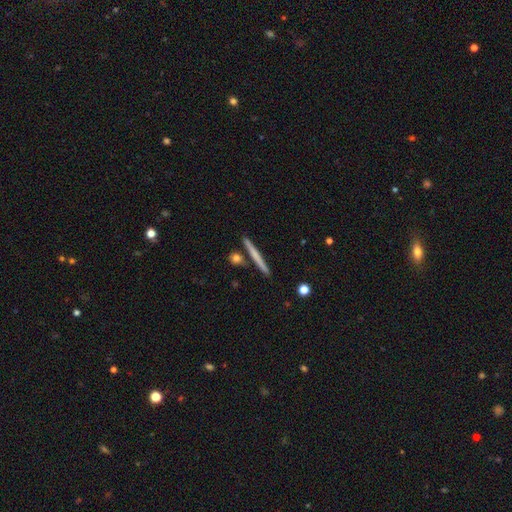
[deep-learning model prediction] Smooth or featured? smooth (54%)
How rounded? cigar-shaped (95%)
Merging? none (87%)